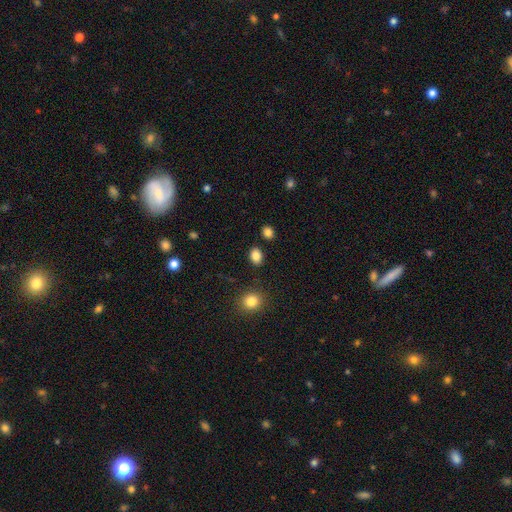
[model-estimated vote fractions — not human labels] Smooth or featured: smooth — 86% (star or artifact — 10%)
How rounded: in between — 64% (round — 35%)
Merging: none — 86% (minor disturbance — 8%)